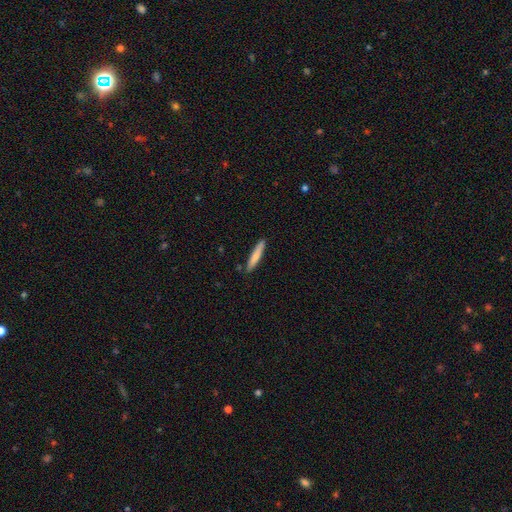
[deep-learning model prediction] A smooth galaxy with no disk features (75%) that is cigar-shaped (93%). Merging: none (87%).